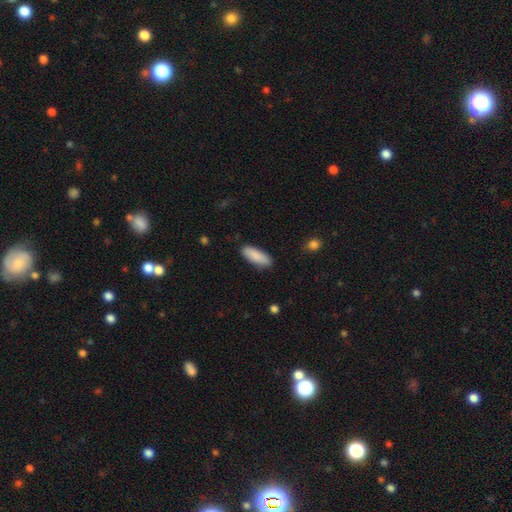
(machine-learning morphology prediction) Smooth or featured: smooth — 89% (star or artifact — 6%)
How rounded: in between — 67% (cigar-shaped — 31%)
Merging: none — 87% (minor disturbance — 10%)